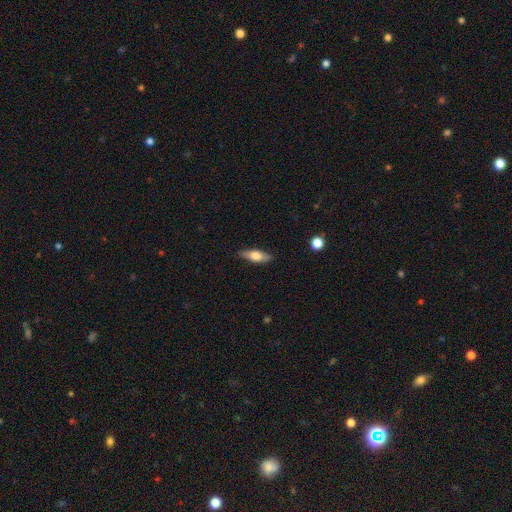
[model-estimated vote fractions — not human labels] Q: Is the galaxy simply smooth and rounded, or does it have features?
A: smooth — 61%.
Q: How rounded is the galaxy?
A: in between — 58%.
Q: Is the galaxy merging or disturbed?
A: none — 86%.